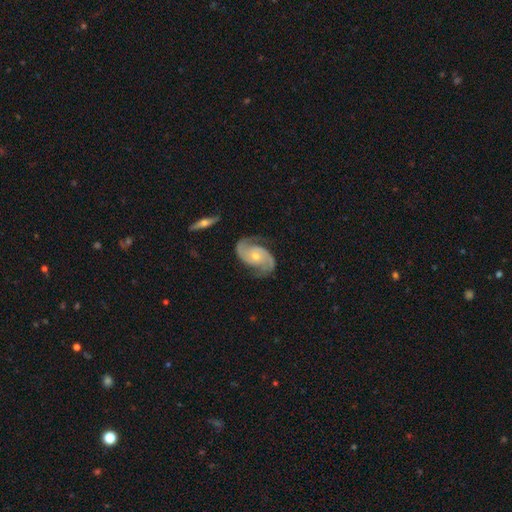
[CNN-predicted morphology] smooth-or-featured: featured or disk: 91% | smooth: 5% | star or artifact: 4%
  disk-edge-on: no: 97% | yes: 3%
    bar: no: 67% | weak: 26% | strong: 8%
    has-spiral-arms: yes: 98% | no: 2%
      spiral-winding: medium: 53% | tight: 25% | loose: 22%
      spiral-arm-count: 2: 93% | can't tell: 2% | 3: 2% | 1: 1% | 4: 1% | more than 4: 1%
    bulge-size: small: 52% | moderate: 44% | large: 2% | none: 1% | dominant: 1%
  merging: none: 77% | minor disturbance: 15% | major disturbance: 6% | merger: 2%